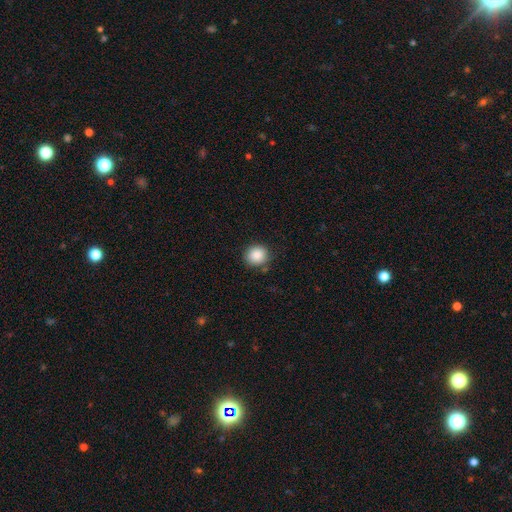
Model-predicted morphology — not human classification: Smooth or featured: smooth — 88% (star or artifact — 8%)
How rounded: round — 85% (in between — 14%)
Merging: none — 83% (minor disturbance — 12%)